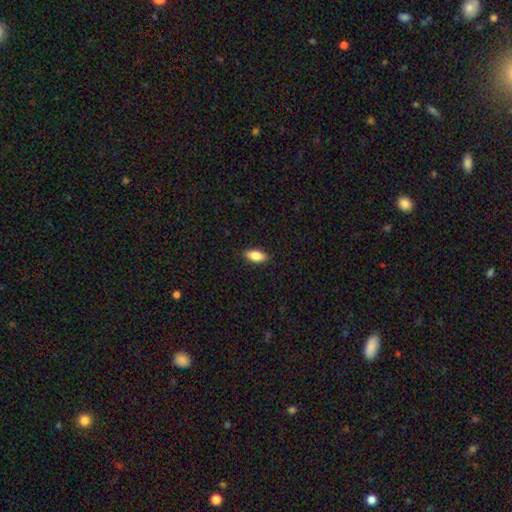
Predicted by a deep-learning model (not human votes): Smooth or featured? smooth (84%)
How rounded? in between (85%)
Merging? none (89%)